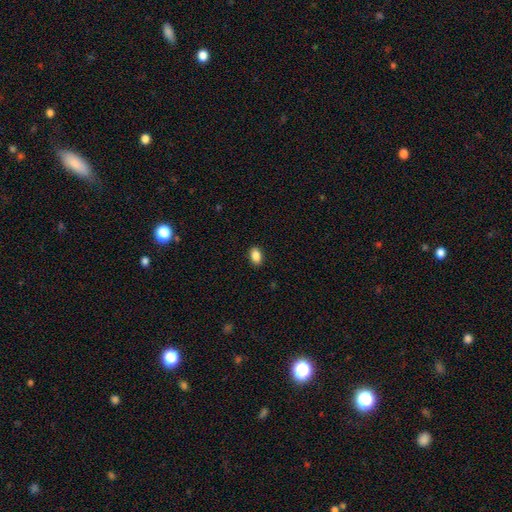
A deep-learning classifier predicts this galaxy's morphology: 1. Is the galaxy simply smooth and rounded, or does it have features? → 88% smooth, 8% star or artifact, 4% featured or disk.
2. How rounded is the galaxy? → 90% in between, 9% round, 2% cigar-shaped.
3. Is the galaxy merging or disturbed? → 90% none, 7% minor disturbance, 2% major disturbance, 1% merger.